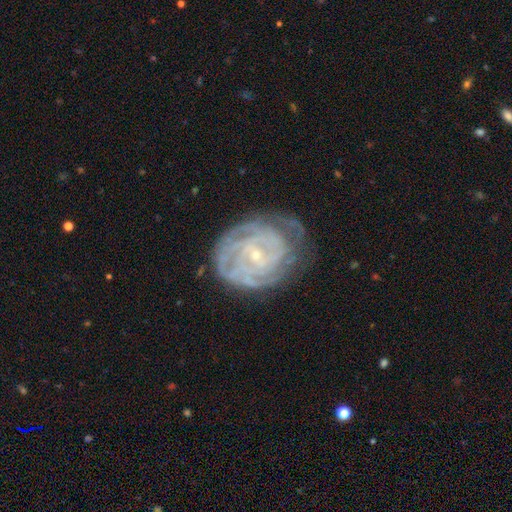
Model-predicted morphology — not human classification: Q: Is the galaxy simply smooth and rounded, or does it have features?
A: featured or disk — 86%.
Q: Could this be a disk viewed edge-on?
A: no — 97%.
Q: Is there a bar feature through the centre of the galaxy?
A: no — 60%.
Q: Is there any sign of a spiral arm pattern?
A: yes — 95%.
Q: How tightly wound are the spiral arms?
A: tight — 78%.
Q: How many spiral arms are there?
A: can't tell — 37%.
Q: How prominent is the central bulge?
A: small — 85%.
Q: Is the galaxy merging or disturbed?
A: none — 66%.